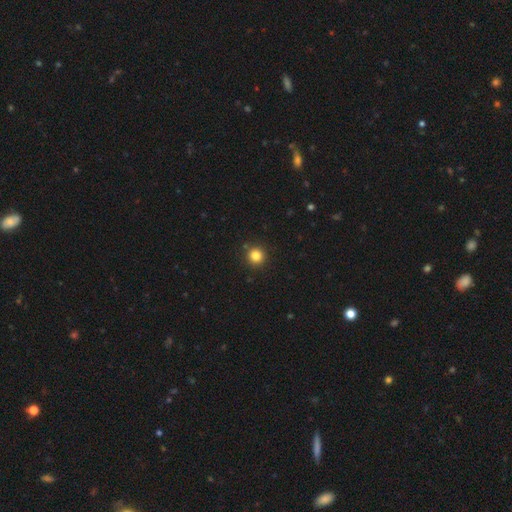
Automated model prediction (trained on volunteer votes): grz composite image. It shows a smooth galaxy with no disk features (83%) that is round (95%). Merging: none (90%).